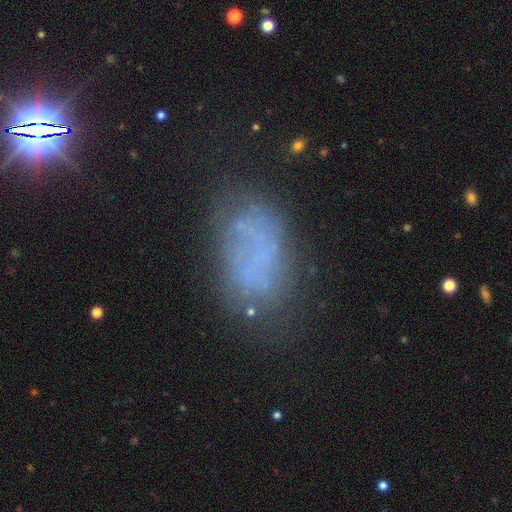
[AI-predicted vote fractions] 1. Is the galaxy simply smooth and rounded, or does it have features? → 46% smooth, 34% featured or disk, 19% star or artifact.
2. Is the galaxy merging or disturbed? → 55% none, 23% minor disturbance, 17% major disturbance, 5% merger.